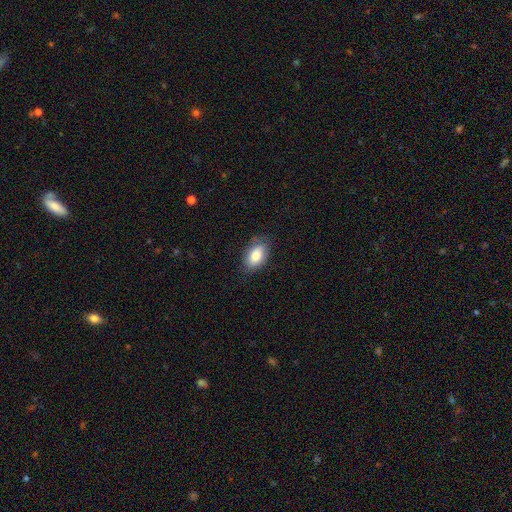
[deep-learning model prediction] Smooth or featured?
  - smooth: 83% *
  - featured or disk: 10%
  - star or artifact: 7%
How rounded?
  - in between: 90% *
  - round: 8%
  - cigar-shaped: 2%
Merging?
  - none: 80% *
  - minor disturbance: 16%
  - major disturbance: 3%
  - merger: 1%